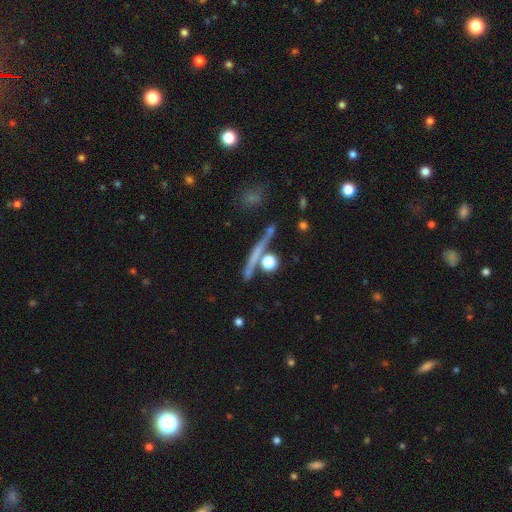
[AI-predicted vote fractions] Smooth or featured?
  - smooth: 43% *
  - featured or disk: 42%
  - star or artifact: 15%
Merging?
  - none: 76% *
  - merger: 10%
  - minor disturbance: 10%
  - major disturbance: 4%